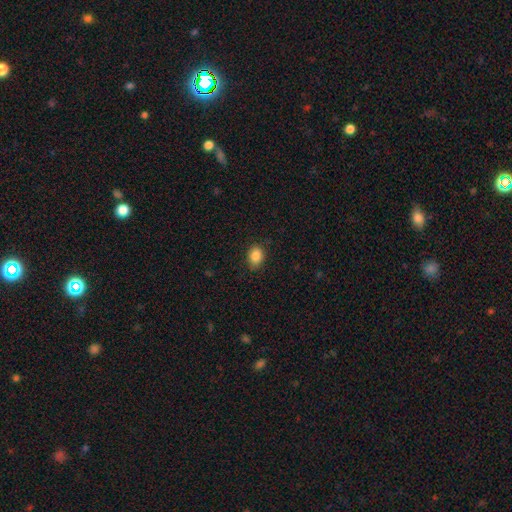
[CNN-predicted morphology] Smooth or featured?
  - smooth: 87% *
  - star or artifact: 9%
  - featured or disk: 4%
How rounded?
  - in between: 71% *
  - round: 28%
  - cigar-shaped: 1%
Merging?
  - none: 84% *
  - minor disturbance: 12%
  - major disturbance: 3%
  - merger: 1%